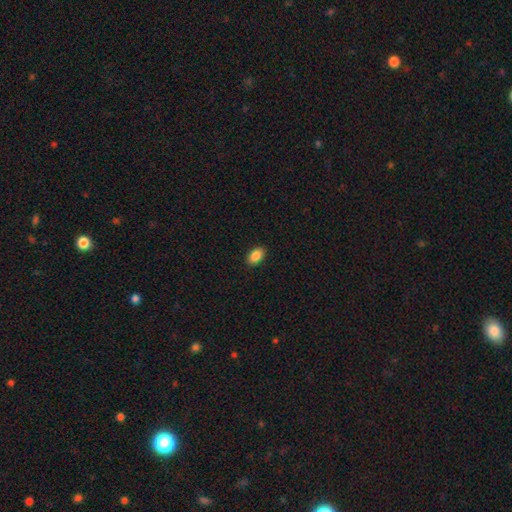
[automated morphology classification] This appears to be a smooth galaxy with no disk features (88%) that is in between round and cigar-shaped (91%). Merging: none (90%).